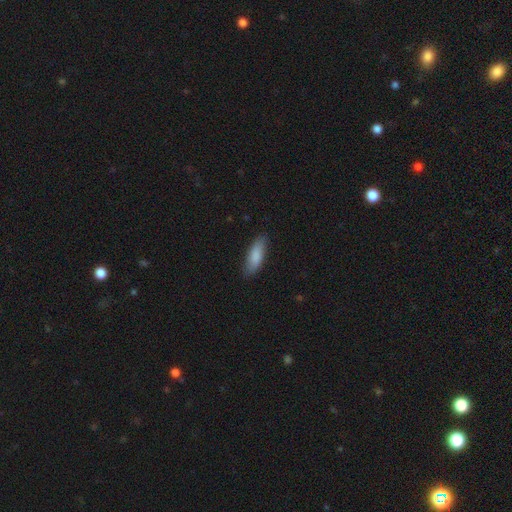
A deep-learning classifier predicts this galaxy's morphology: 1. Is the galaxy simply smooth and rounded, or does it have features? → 85% smooth, 10% featured or disk, 6% star or artifact.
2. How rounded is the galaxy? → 62% in between, 36% cigar-shaped, 2% round.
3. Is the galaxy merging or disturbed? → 83% none, 13% minor disturbance, 2% major disturbance, 1% merger.